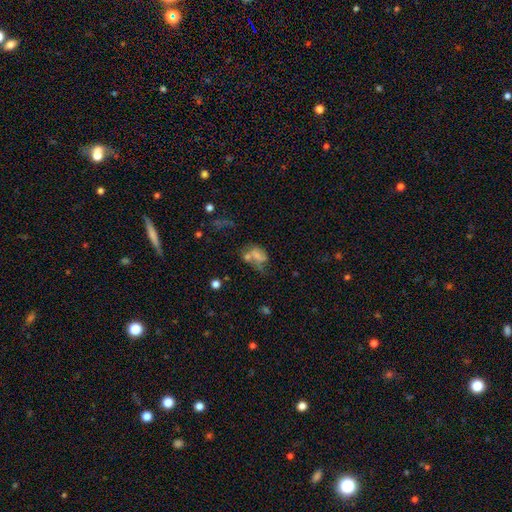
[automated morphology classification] Smooth or featured?
  - smooth: 60% *
  - featured or disk: 26%
  - star or artifact: 14%
How rounded?
  - in between: 81% *
  - round: 17%
  - cigar-shaped: 2%
Merging?
  - merger: 33% *
  - major disturbance: 25%
  - none: 23%
  - minor disturbance: 19%